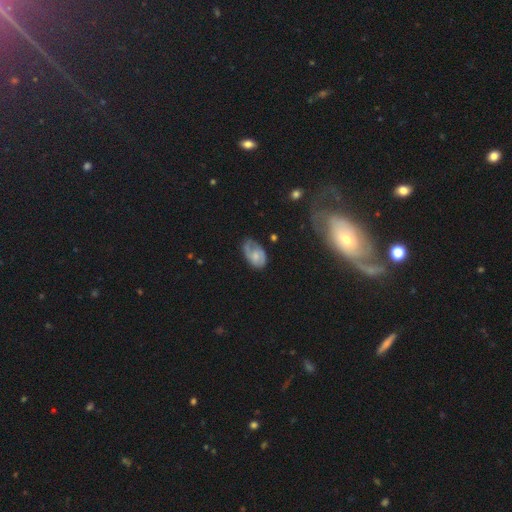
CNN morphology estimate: Smooth or featured: featured or disk — 50% (smooth — 42%)
Edge-on disk: no — 95% (yes — 5%)
Merging: none — 52% (minor disturbance — 32%)